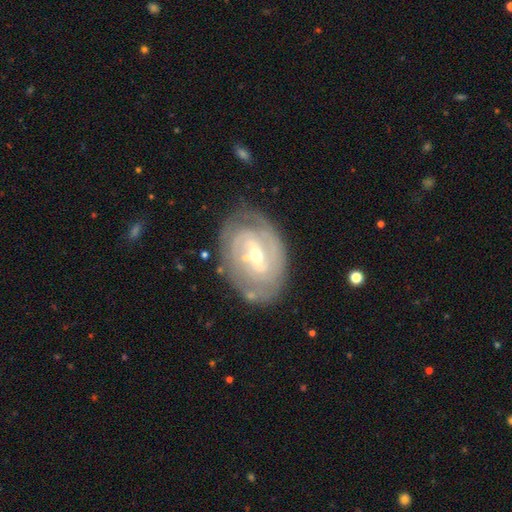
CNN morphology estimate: type=featured or disk (84%); edge-on=no (95%); bar=weak (48%); spiral arms=yes (87%); winding=tight (66%); arm count=2 (43%); bulge=small (53%); merging=none (74%).